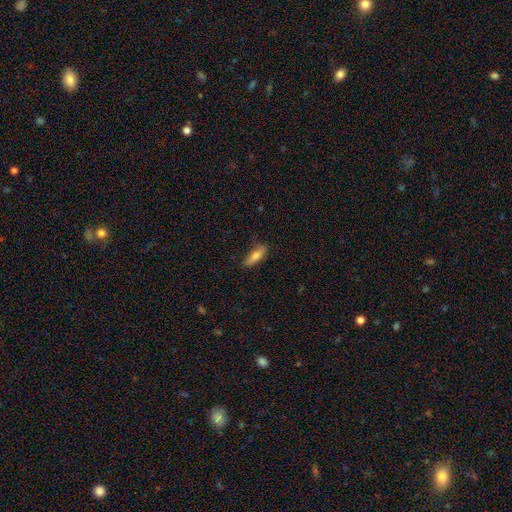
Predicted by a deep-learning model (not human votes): Smooth or featured?
  - smooth: 79% *
  - featured or disk: 15%
  - star or artifact: 7%
How rounded?
  - in between: 54% *
  - cigar-shaped: 44%
  - round: 2%
Merging?
  - none: 72% *
  - minor disturbance: 22%
  - major disturbance: 4%
  - merger: 2%